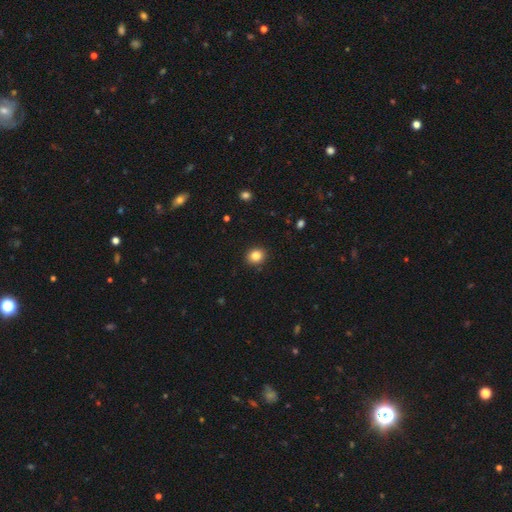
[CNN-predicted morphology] A smooth galaxy with no disk features (84%) that is round (76%). Merging: none (91%).